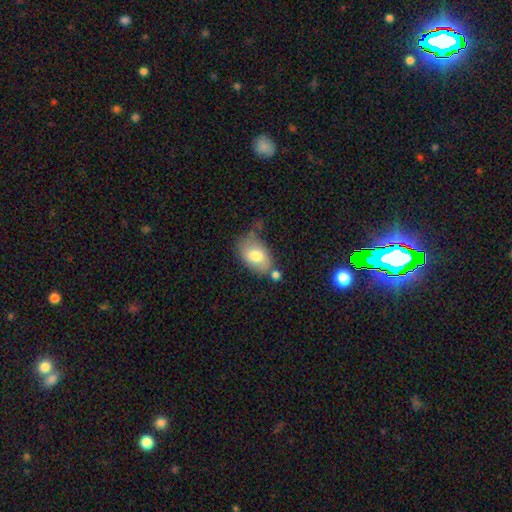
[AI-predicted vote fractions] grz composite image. It shows a smooth galaxy with no disk features (72%) that is in between round and cigar-shaped (89%). Merging: none (46%).